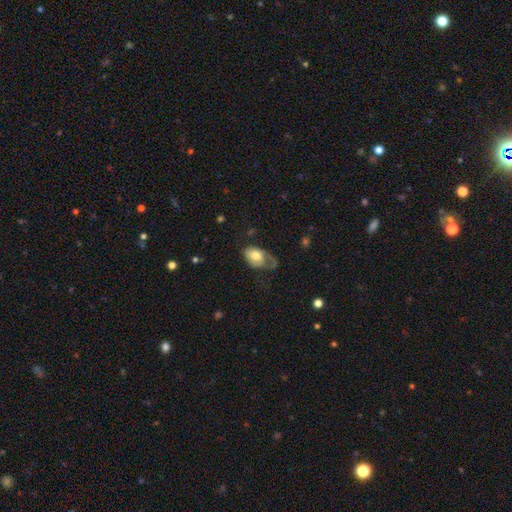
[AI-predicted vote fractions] Smooth or featured: smooth — 62% (featured or disk — 32%)
How rounded: in between — 86% (round — 12%)
Merging: major disturbance — 42% (minor disturbance — 30%)